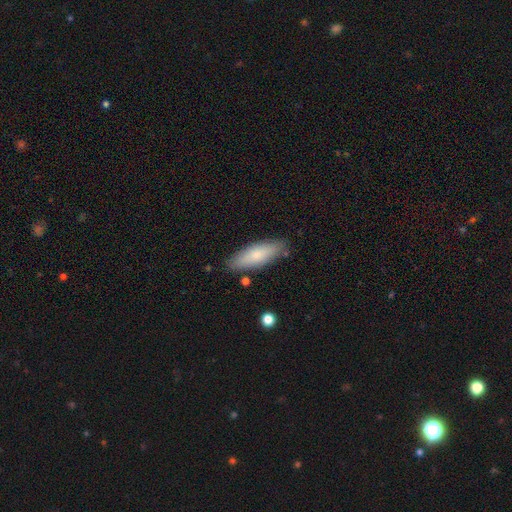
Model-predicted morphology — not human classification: Smooth or featured: smooth — 76% (featured or disk — 18%)
How rounded: in between — 51% (cigar-shaped — 47%)
Merging: none — 83% (minor disturbance — 12%)